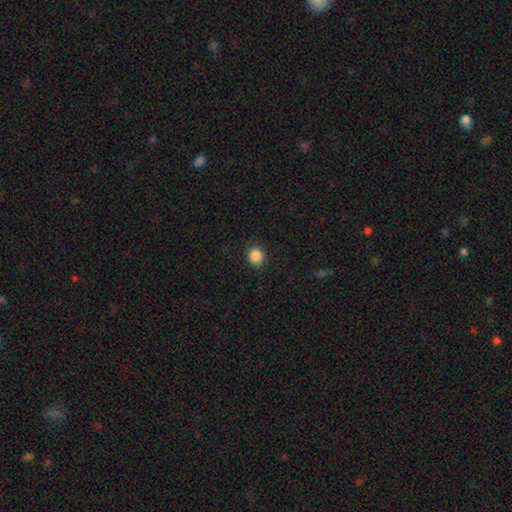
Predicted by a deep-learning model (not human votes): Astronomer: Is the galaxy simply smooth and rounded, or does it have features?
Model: smooth — 87%.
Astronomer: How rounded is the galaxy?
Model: round — 89%.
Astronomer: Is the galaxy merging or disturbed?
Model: none — 90%.